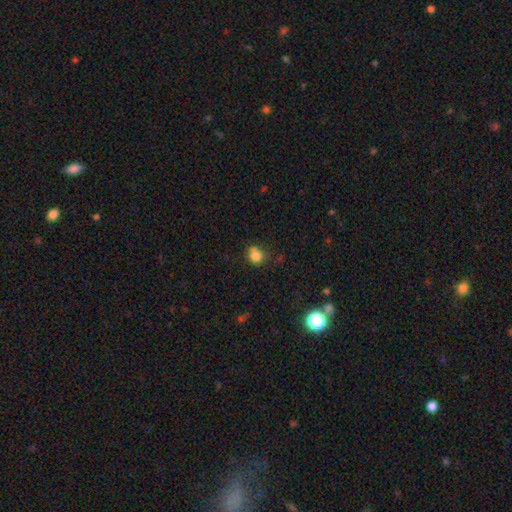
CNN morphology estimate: type=smooth (78%); roundness=round (70%); merging=none (48%).